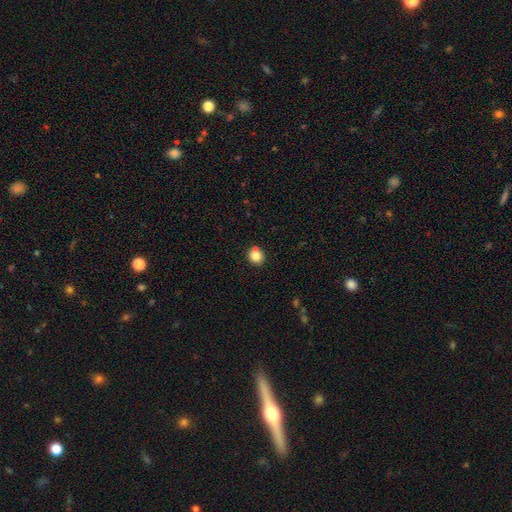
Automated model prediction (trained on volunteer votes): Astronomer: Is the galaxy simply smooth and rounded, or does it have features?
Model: smooth — 83%.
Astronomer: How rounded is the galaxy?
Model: round — 82%.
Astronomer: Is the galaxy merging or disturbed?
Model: none — 82%.